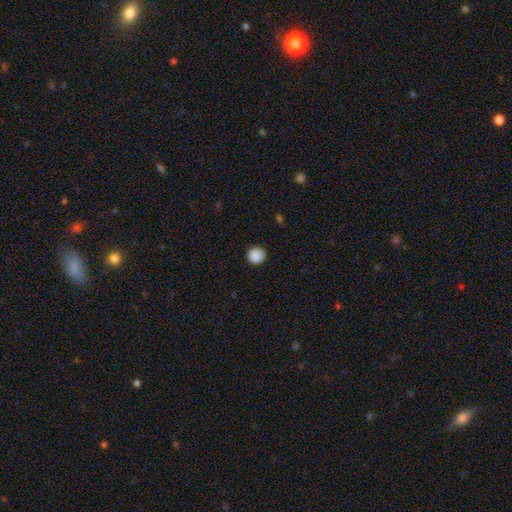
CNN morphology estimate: Overall: smooth (89%). How rounded: round (95%). Merging: none (92%).